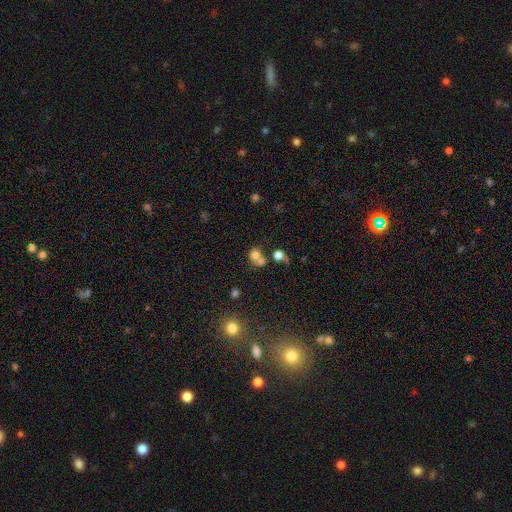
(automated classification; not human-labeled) Smooth or featured? smooth (70%)
How rounded? round (75%)
Merging? merger (54%)